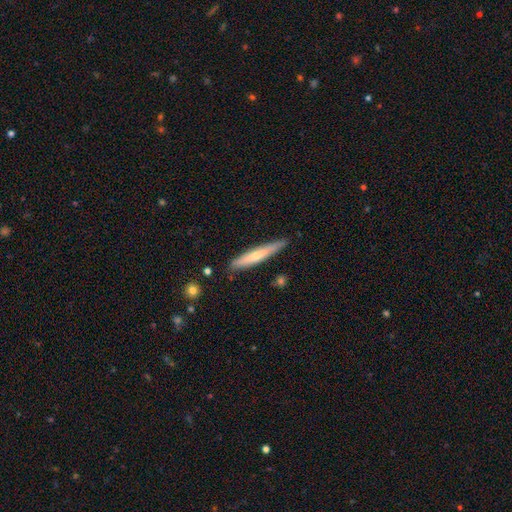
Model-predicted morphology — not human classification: Smooth or featured: smooth — 55% (featured or disk — 40%)
How rounded: cigar-shaped — 94% (in between — 5%)
Merging: none — 85% (minor disturbance — 12%)